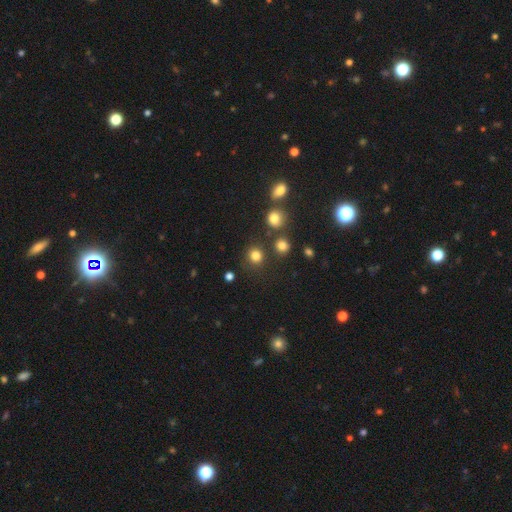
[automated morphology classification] Q: Smooth or featured?
A: smooth (80%); runner-up: star or artifact (15%)
Q: How rounded?
A: round (89%); runner-up: in between (10%)
Q: Merging?
A: none (81%); runner-up: minor disturbance (8%)